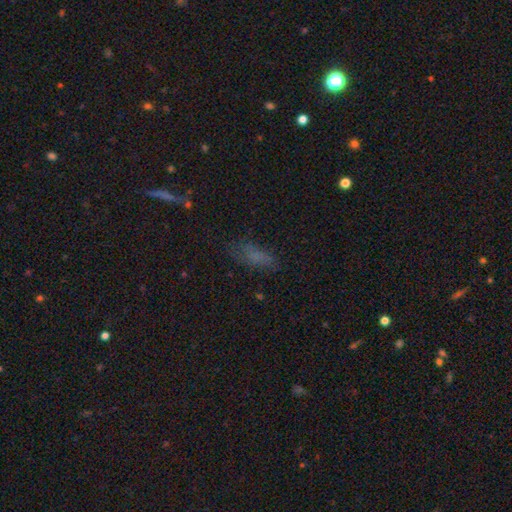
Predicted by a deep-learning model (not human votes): smooth_or_featured: smooth (p=0.62) [alt: star or artifact p=0.20]
how_rounded: in between (p=0.66) [alt: cigar-shaped p=0.30]
merging: none (p=0.59) [alt: minor disturbance p=0.24]